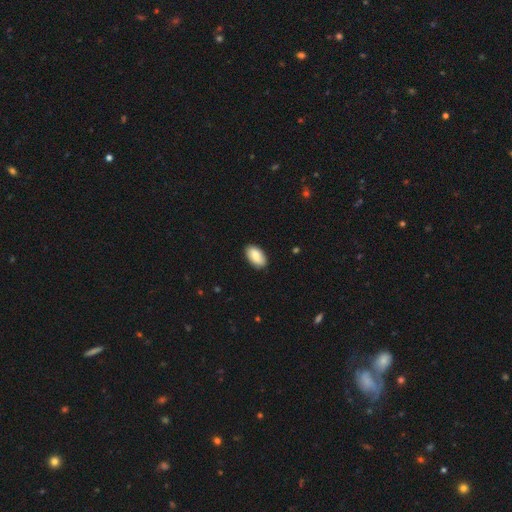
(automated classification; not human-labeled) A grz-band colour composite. It shows a smooth galaxy with no disk features (84%) that is in between round and cigar-shaped (95%). Merging: none (86%).